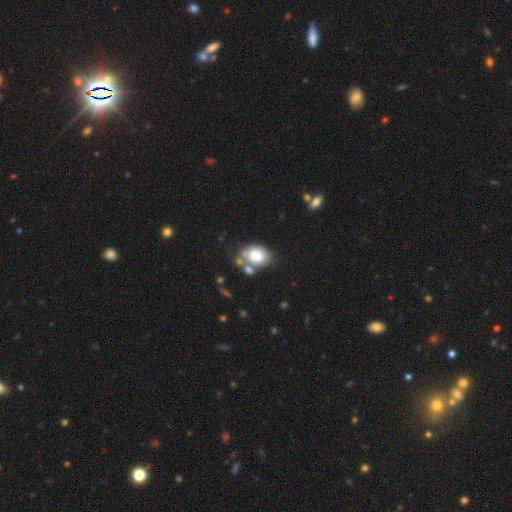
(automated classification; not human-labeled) Smooth or featured: smooth — 76% (featured or disk — 16%)
How rounded: in between — 79% (round — 20%)
Merging: none — 49% (merger — 22%)